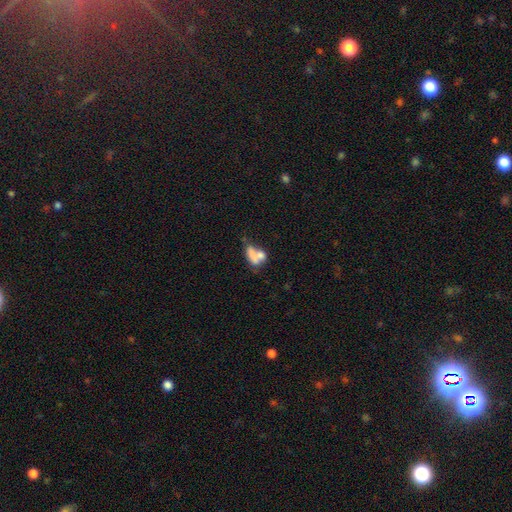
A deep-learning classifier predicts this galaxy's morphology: Q: Smooth or featured?
A: smooth (64%); runner-up: featured or disk (25%)
Q: How rounded?
A: in between (78%); runner-up: round (13%)
Q: Merging?
A: merger (53%); runner-up: none (21%)